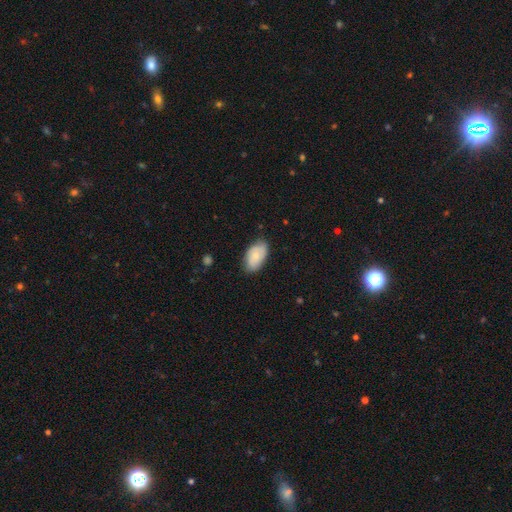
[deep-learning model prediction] This appears to be a smooth galaxy with no disk features (67%) that is in between round and cigar-shaped (93%). Merging: none (72%).